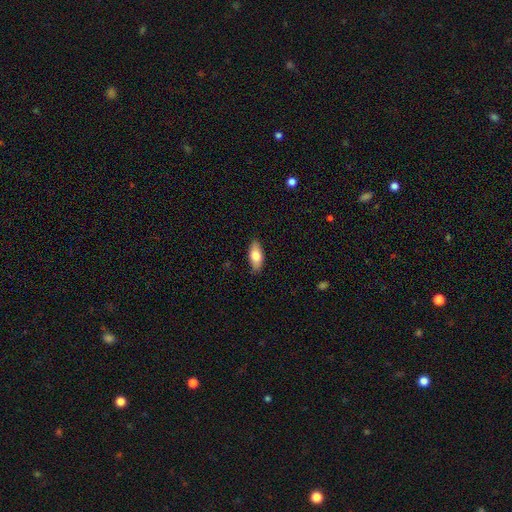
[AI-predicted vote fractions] Morphology: type=smooth (75%); roundness=in between (83%); merging=none (87%).